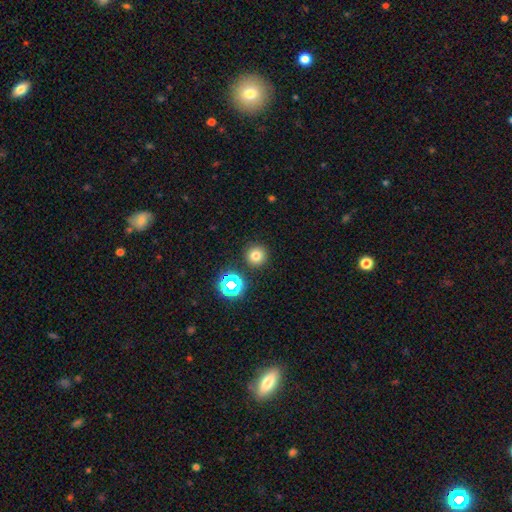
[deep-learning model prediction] smooth_or_featured: smooth (p=0.73) [alt: star or artifact p=0.20]
how_rounded: round (p=0.95) [alt: in between p=0.04]
merging: none (p=0.89) [alt: minor disturbance p=0.06]